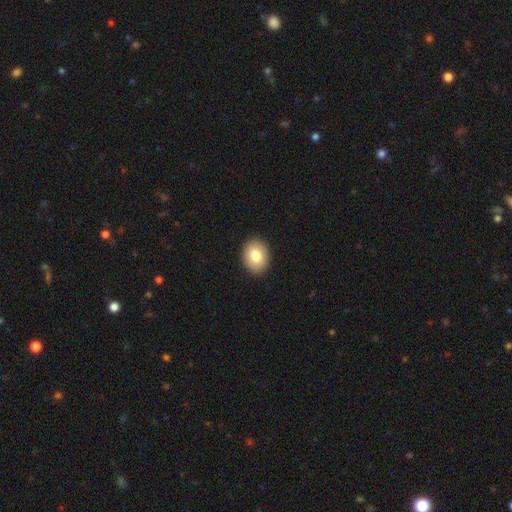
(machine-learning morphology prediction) This is clearly a smooth galaxy (81%). How rounded: possibly in between (52%). Merging: clearly none (91%).